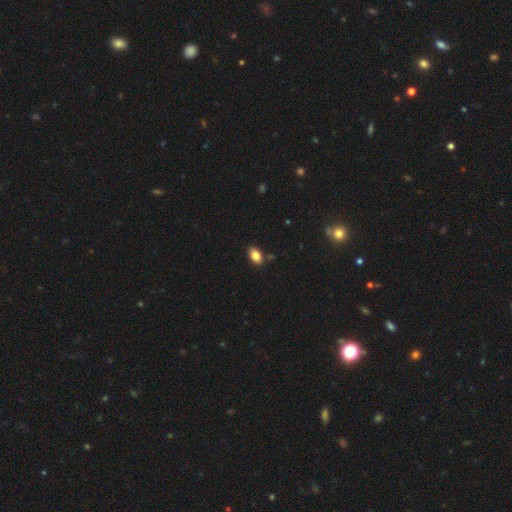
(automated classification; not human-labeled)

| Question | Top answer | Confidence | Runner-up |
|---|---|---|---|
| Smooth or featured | smooth | 83% | star or artifact (9%) |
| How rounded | in between | 87% | round (11%) |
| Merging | none | 83% | minor disturbance (11%) |